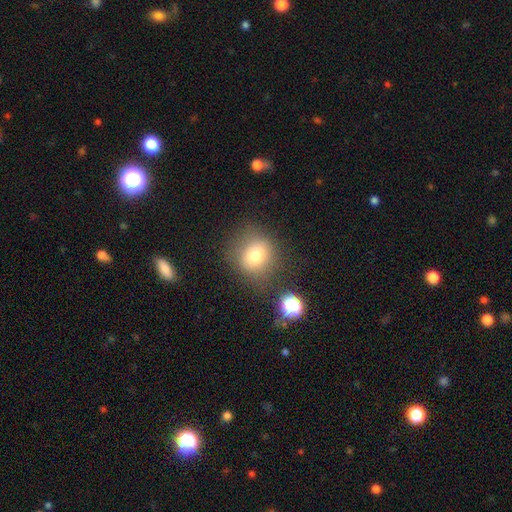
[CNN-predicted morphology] type=smooth (75%); roundness=round (84%); merging=none (72%).